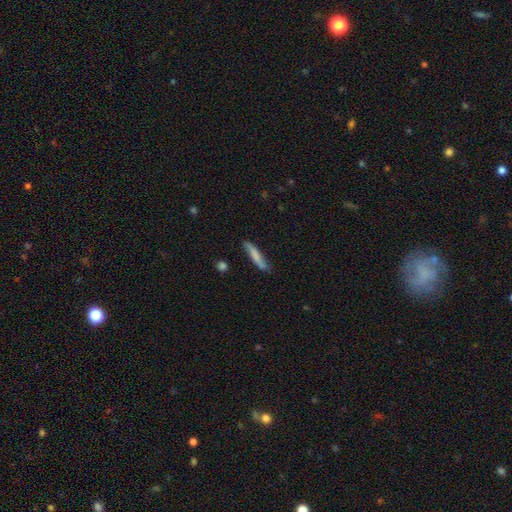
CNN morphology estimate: smooth 67%, featured or disk 27%, star or artifact 6%. Down the decision tree: how rounded — cigar-shaped (90%); merging — none (74%).